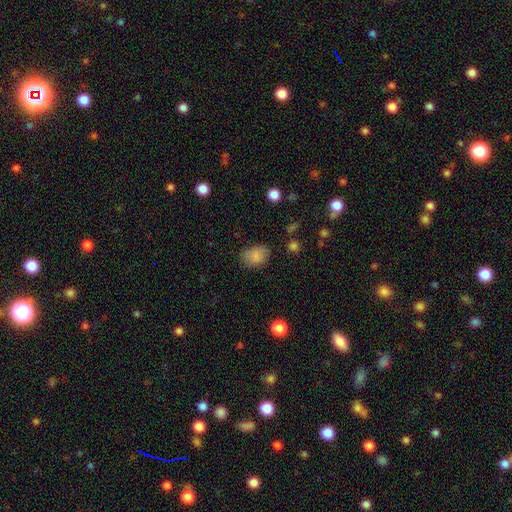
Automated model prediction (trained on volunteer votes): Smooth or featured?
  - smooth: 84% *
  - star or artifact: 10%
  - featured or disk: 6%
How rounded?
  - in between: 77% *
  - round: 22%
  - cigar-shaped: 1%
Merging?
  - none: 73% *
  - minor disturbance: 20%
  - major disturbance: 5%
  - merger: 2%